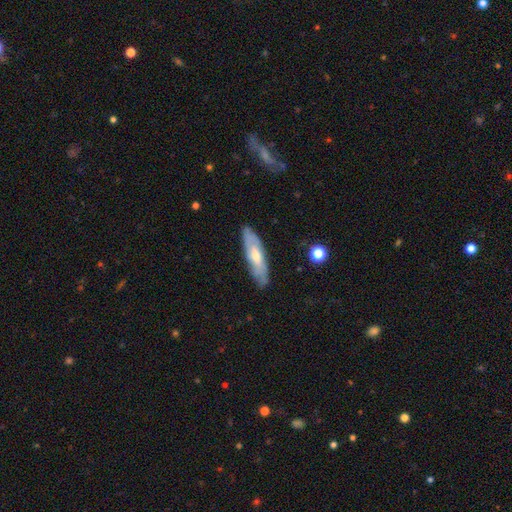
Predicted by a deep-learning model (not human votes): Morphology: type=featured or disk (55%); edge-on=no (58%); merging=none (84%).